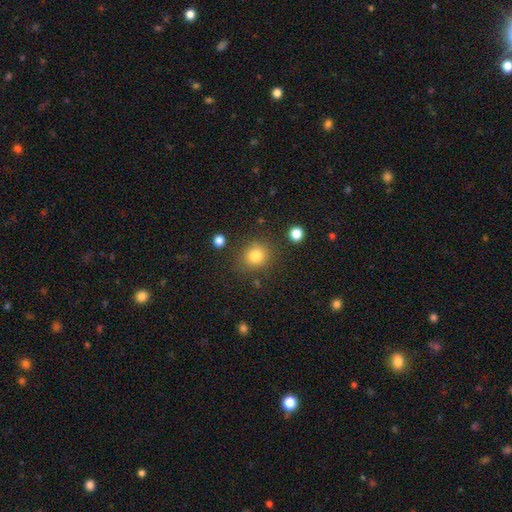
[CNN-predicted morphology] Smooth or featured?
  - smooth: 82% *
  - star or artifact: 12%
  - featured or disk: 7%
How rounded?
  - round: 84% *
  - in between: 15%
  - cigar-shaped: 1%
Merging?
  - none: 82% *
  - minor disturbance: 11%
  - major disturbance: 4%
  - merger: 4%